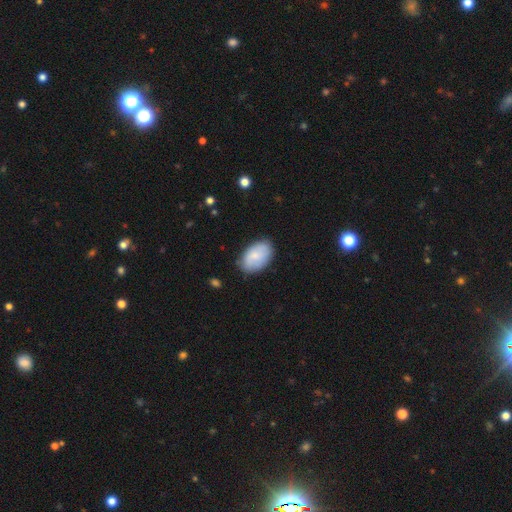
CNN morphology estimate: smooth-or-featured: smooth: 74% | featured or disk: 20% | star or artifact: 6%
  how-rounded: in between: 91% | round: 8% | cigar-shaped: 1%
  merging: none: 80% | minor disturbance: 15% | major disturbance: 3% | merger: 1%